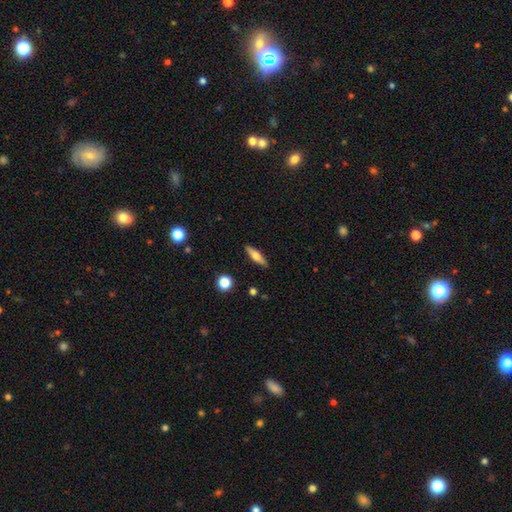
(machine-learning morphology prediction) The model was most divided on "smooth or featured": smooth: 48%, featured or disk: 45%, star or artifact: 7%. More confident: merging — none (89%).